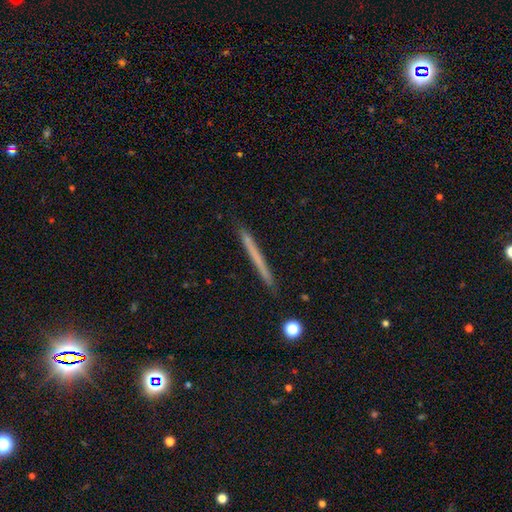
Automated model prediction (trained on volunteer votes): Smooth or featured?
  - smooth: 53% *
  - featured or disk: 39%
  - star or artifact: 8%
How rounded?
  - cigar-shaped: 97% *
  - in between: 2%
  - round: 2%
Merging?
  - none: 90% *
  - minor disturbance: 7%
  - major disturbance: 1%
  - merger: 1%